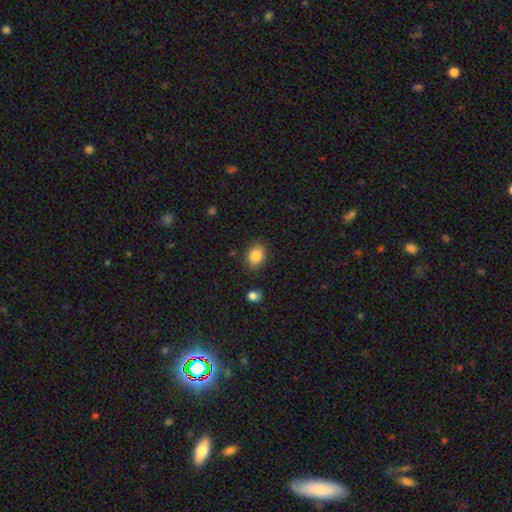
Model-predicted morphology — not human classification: Overall: smooth (86%). How rounded: in between (55%; round 44%). Merging: none (83%).